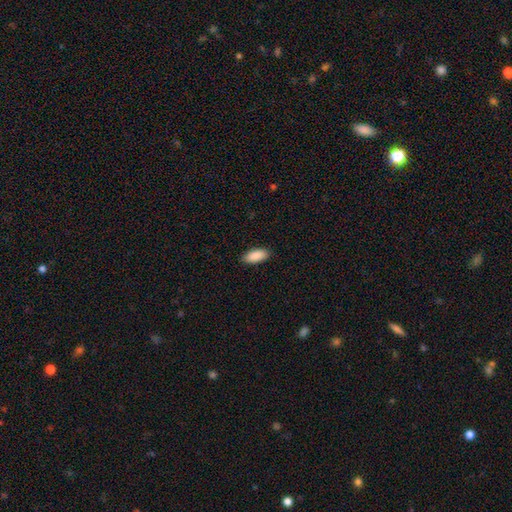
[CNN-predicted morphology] smooth_or_featured: smooth (p=0.90) [alt: star or artifact p=0.06]
how_rounded: in between (p=0.88) [alt: cigar-shaped p=0.11]
merging: none (p=0.88) [alt: minor disturbance p=0.09]